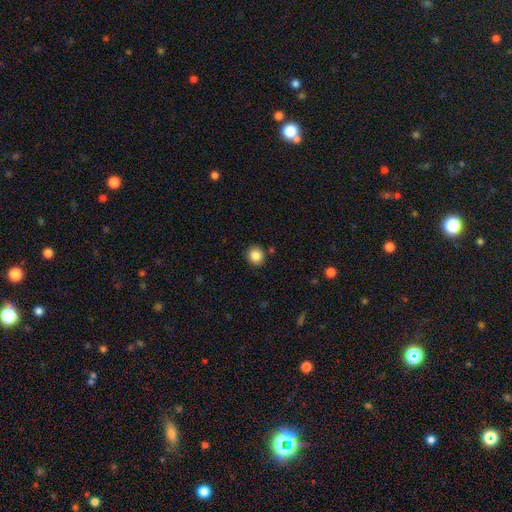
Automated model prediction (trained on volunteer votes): This appears to be a smooth galaxy with no disk features (86%) that is round (86%). Merging: none (88%).